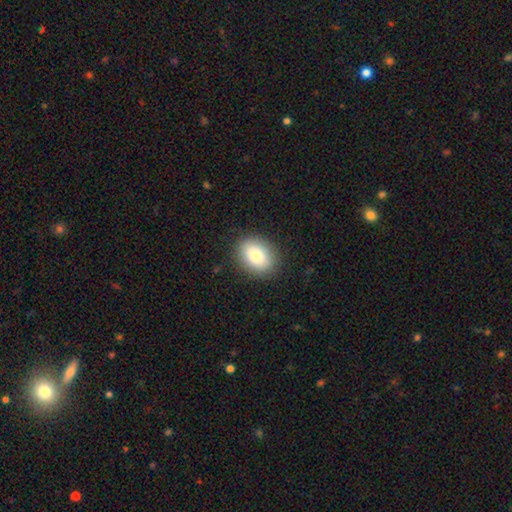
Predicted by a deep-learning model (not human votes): Smooth or featured? smooth (82%)
How rounded? in between (70%)
Merging? none (88%)